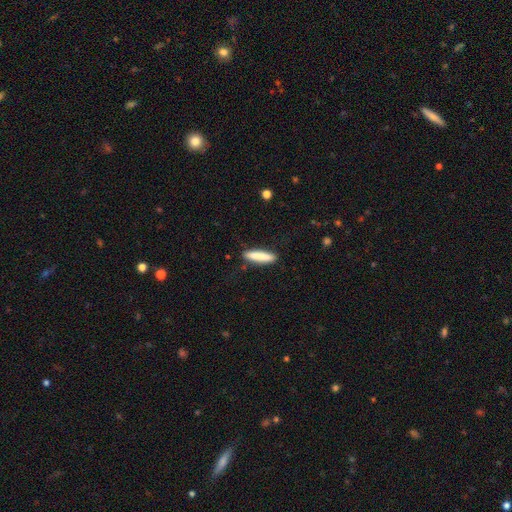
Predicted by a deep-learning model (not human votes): Q: Smooth or featured?
A: smooth (82%); runner-up: featured or disk (13%)
Q: How rounded?
A: cigar-shaped (87%); runner-up: in between (12%)
Q: Merging?
A: none (87%); runner-up: minor disturbance (9%)